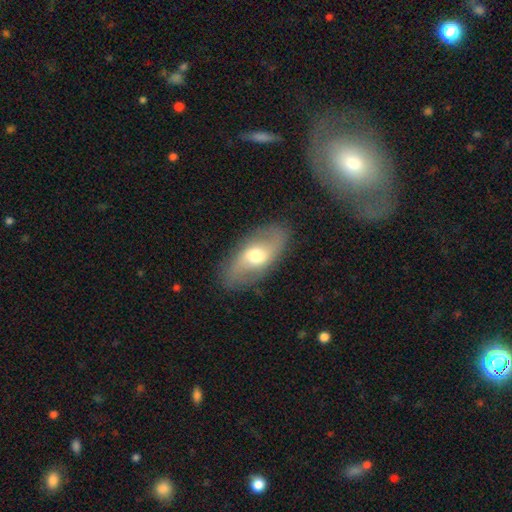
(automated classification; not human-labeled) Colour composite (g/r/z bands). It shows a featured or disk galaxy (53%). Merging: none (83%).